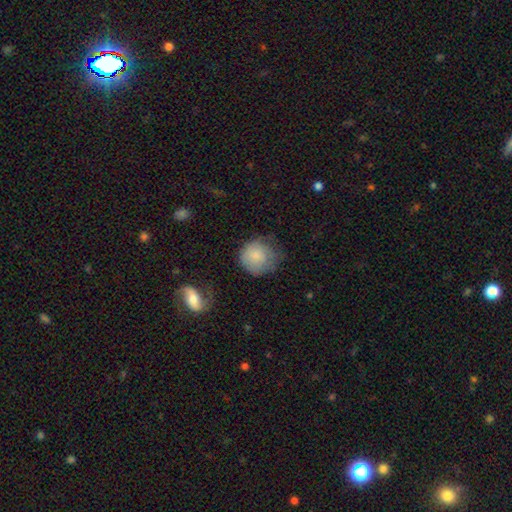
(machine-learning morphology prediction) The model was most divided on "merging": none: 49%, minor disturbance: 31%, major disturbance: 17%, merger: 2%. More confident: how rounded — round (87%); smooth or featured — smooth (77%).